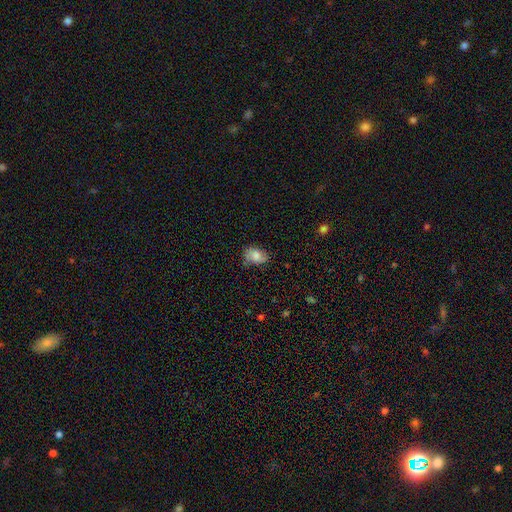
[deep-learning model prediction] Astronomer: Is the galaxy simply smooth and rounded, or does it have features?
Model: smooth — 66%.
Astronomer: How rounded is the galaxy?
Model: in between — 76%.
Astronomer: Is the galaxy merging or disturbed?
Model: none — 62%.